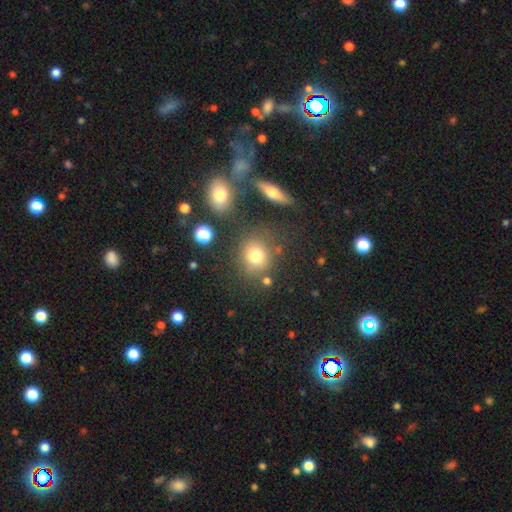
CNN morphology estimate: smooth_or_featured: smooth (p=0.76) [alt: star or artifact p=0.14]
how_rounded: round (p=0.77) [alt: in between p=0.22]
merging: none (p=0.72) [alt: minor disturbance p=0.12]